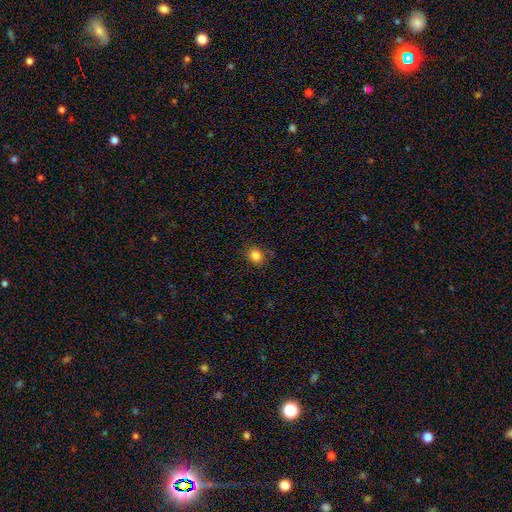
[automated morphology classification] The model was most divided on "how rounded": round: 72%, in between: 27%, cigar-shaped: 1%. More confident: smooth or featured — smooth (84%); merging — none (83%).